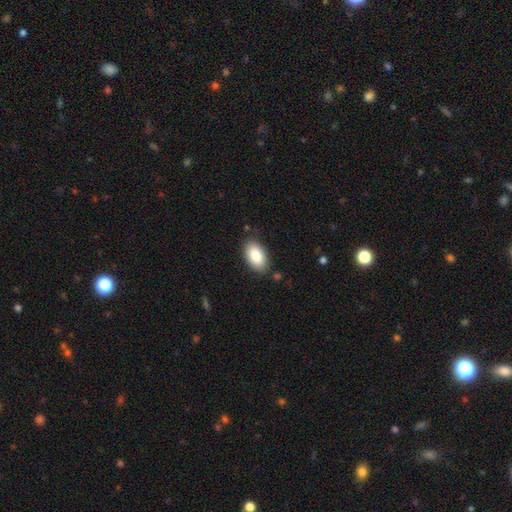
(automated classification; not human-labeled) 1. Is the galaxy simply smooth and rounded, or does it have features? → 85% smooth, 8% featured or disk, 7% star or artifact.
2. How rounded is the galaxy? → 94% in between, 4% round, 2% cigar-shaped.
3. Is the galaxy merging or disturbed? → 85% none, 11% minor disturbance, 2% major disturbance, 2% merger.